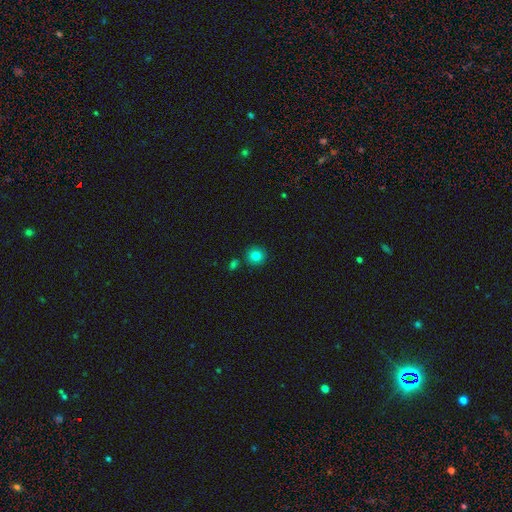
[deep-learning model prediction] Smooth or featured: smooth — 82% (star or artifact — 11%)
How rounded: round — 92% (in between — 7%)
Merging: none — 85% (minor disturbance — 8%)